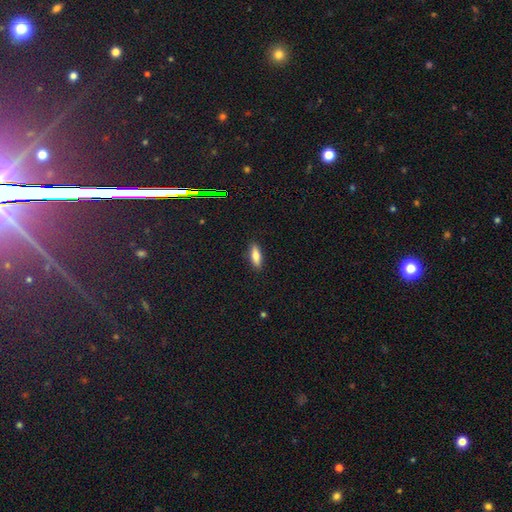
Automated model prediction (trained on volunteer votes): This is likely a smooth galaxy (77%). How rounded: possibly in between (53%). Merging: clearly none (89%).